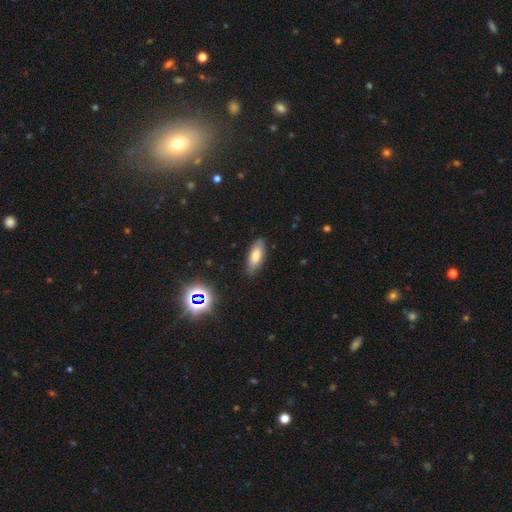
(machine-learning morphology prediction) A smooth galaxy with no disk features (76%) that is in between round and cigar-shaped (72%). Merging: none (85%).